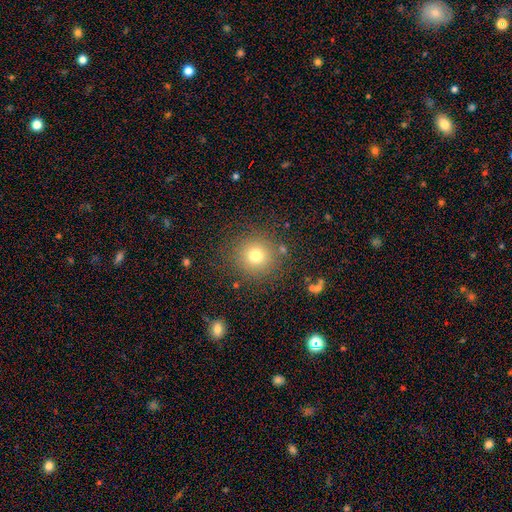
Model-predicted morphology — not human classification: smooth_or_featured: smooth (p=0.74) [alt: star or artifact p=0.15]
how_rounded: round (p=0.93) [alt: in between p=0.06]
merging: none (p=0.84) [alt: minor disturbance p=0.09]